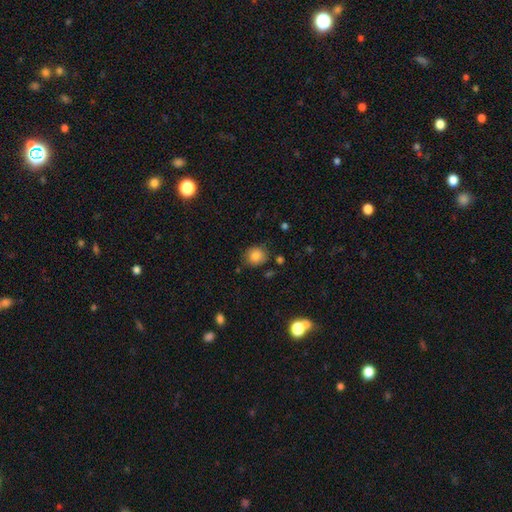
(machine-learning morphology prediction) A smooth galaxy with no disk features (83%) that is round (82%). Merging: none (81%).